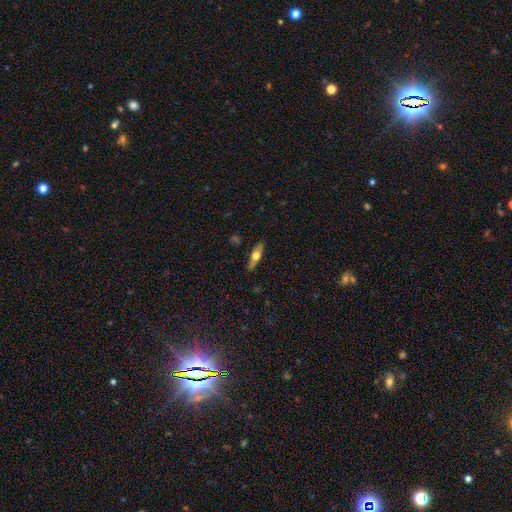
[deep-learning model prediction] Morphology: type=featured or disk (50%); edge-on=yes (87%); merging=none (86%).